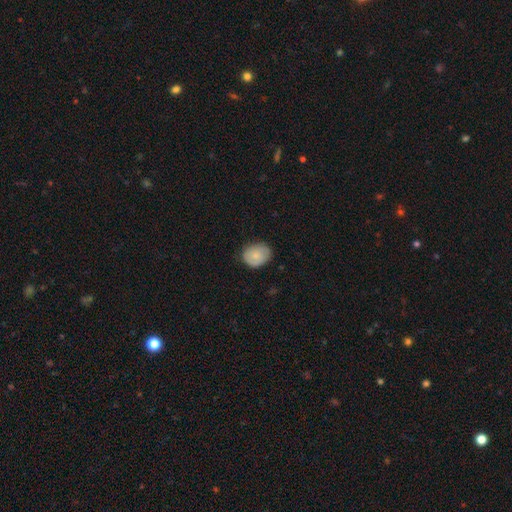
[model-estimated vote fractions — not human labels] smooth_or_featured: smooth (p=0.78) [alt: featured or disk p=0.16]
how_rounded: in between (p=0.50) [alt: round p=0.49]
merging: none (p=0.75) [alt: minor disturbance p=0.20]